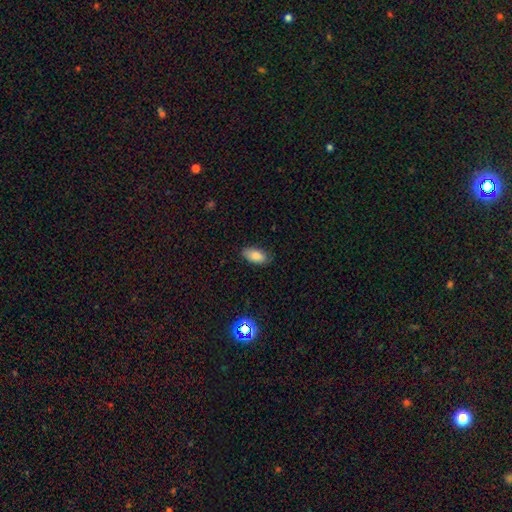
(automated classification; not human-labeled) smooth 83%, star or artifact 9%, featured or disk 8%. Down the decision tree: how rounded — in between (92%); merging — none (78%).